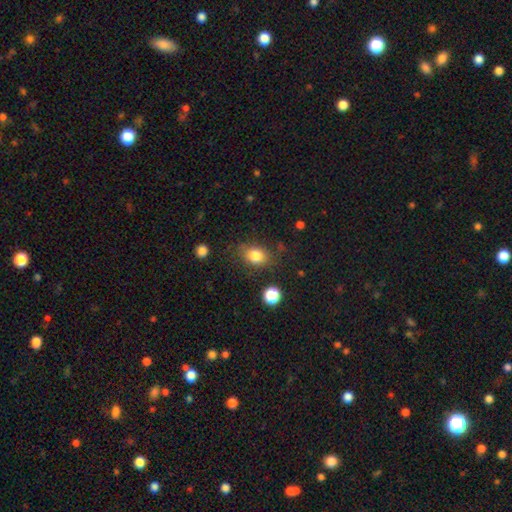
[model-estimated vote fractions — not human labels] Morphology: type=smooth (81%); roundness=in between (58%); merging=none (73%).